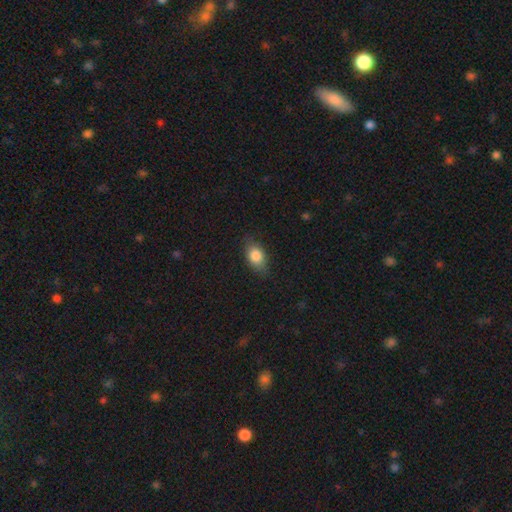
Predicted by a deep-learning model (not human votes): smooth_or_featured: smooth (p=0.82) [alt: featured or disk p=0.10]
how_rounded: in between (p=0.81) [alt: round p=0.15]
merging: none (p=0.78) [alt: minor disturbance p=0.17]